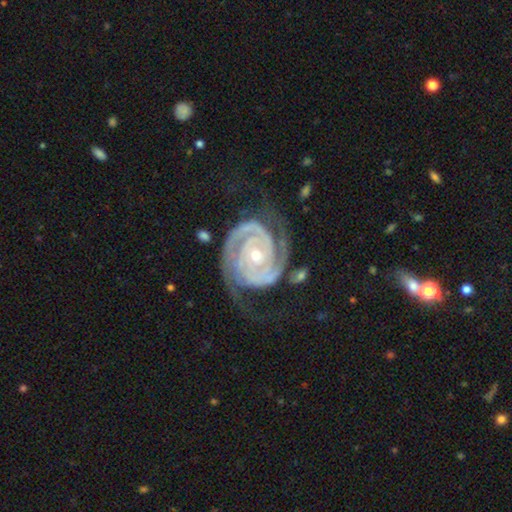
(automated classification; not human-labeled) Q: Smooth or featured?
A: featured or disk (93%); runner-up: star or artifact (4%)
Q: Edge-on disk?
A: no (98%); runner-up: yes (2%)
Q: Bar?
A: no (69%); runner-up: weak (19%)
Q: Spiral arms?
A: yes (99%); runner-up: no (1%)
Q: Spiral winding?
A: tight (77%); runner-up: medium (20%)
Q: Spiral arm count?
A: 2 (82%); runner-up: 3 (9%)
Q: Bulge size?
A: small (55%); runner-up: moderate (42%)
Q: Merging?
A: none (70%); runner-up: minor disturbance (17%)